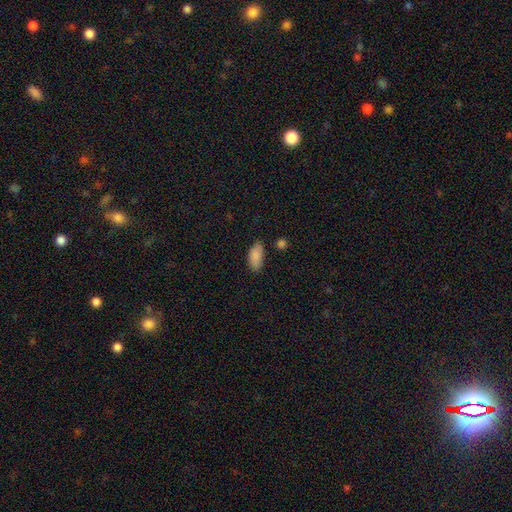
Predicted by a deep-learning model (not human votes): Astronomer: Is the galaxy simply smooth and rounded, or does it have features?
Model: smooth — 86%.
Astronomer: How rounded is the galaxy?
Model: in between — 92%.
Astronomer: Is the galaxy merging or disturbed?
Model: none — 67%.